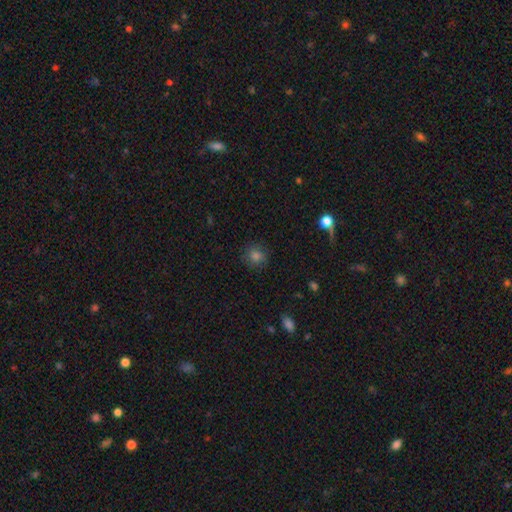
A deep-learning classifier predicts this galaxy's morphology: smooth_or_featured: smooth (p=0.78) [alt: star or artifact p=0.15]
how_rounded: round (p=0.89) [alt: in between p=0.10]
merging: none (p=0.87) [alt: minor disturbance p=0.09]